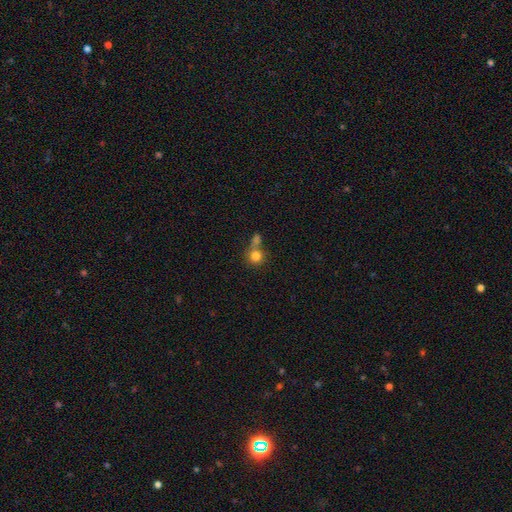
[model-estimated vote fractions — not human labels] Smooth or featured?
  - smooth: 81% *
  - star or artifact: 10%
  - featured or disk: 8%
How rounded?
  - round: 88% *
  - in between: 11%
  - cigar-shaped: 1%
Merging?
  - none: 45% *
  - merger: 40%
  - minor disturbance: 10%
  - major disturbance: 5%